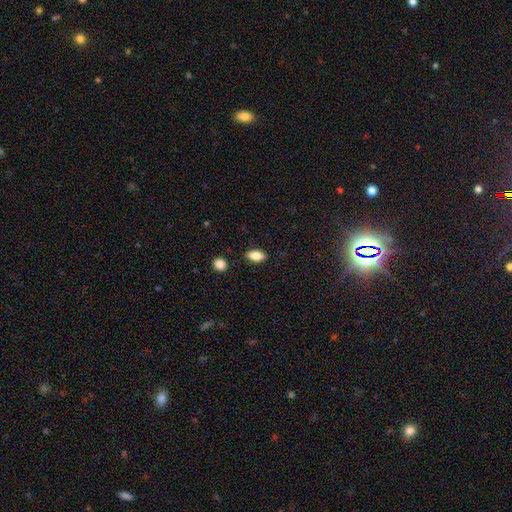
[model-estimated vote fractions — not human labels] The model was most divided on "smooth or featured": smooth: 81%, featured or disk: 11%, star or artifact: 8%. More confident: how rounded — in between (88%); merging — none (86%).